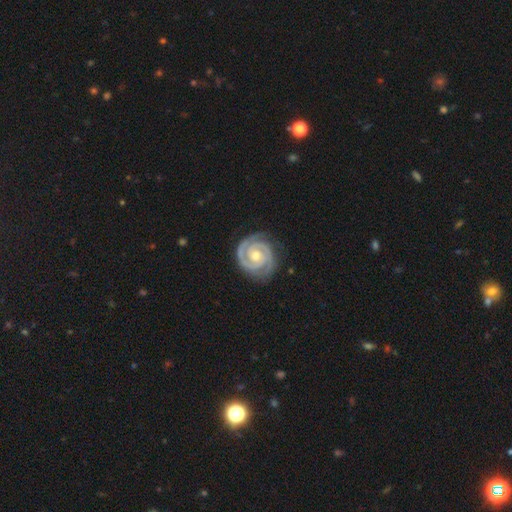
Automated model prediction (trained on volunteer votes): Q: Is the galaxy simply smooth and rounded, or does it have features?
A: featured or disk — 93%.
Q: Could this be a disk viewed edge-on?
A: no — 98%.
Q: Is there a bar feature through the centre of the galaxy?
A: no — 66%.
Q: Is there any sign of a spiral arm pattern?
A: yes — 99%.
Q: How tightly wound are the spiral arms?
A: tight — 82%.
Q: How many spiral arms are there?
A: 2 — 85%.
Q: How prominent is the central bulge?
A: moderate — 59%.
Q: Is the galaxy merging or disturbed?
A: none — 83%.